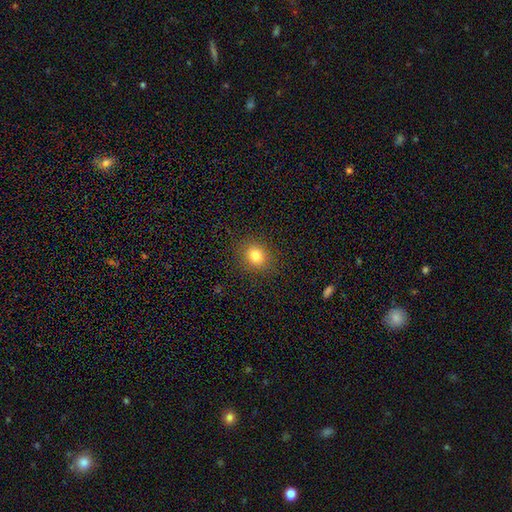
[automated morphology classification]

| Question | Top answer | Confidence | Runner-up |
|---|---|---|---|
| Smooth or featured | smooth | 80% | star or artifact (13%) |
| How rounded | round | 73% | in between (26%) |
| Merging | none | 89% | minor disturbance (8%) |